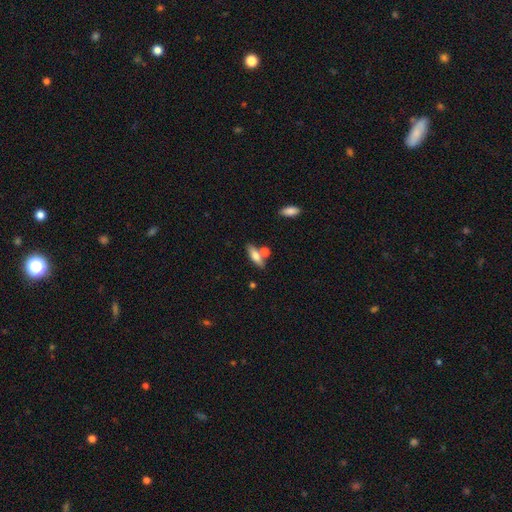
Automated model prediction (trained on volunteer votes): This is likely a smooth galaxy (70%). How rounded: possibly in between (49%). Merging: likely none (61%).